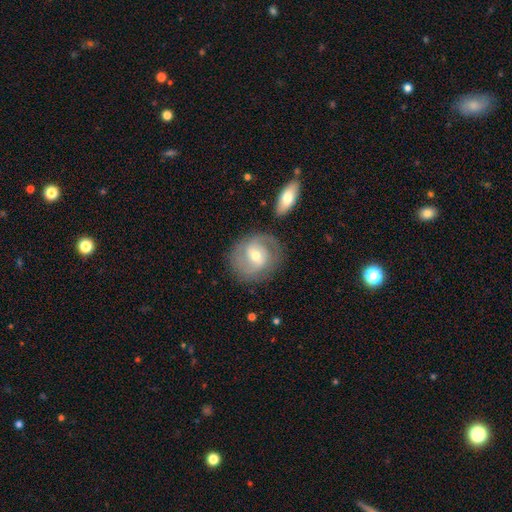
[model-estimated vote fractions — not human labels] Morphology: type=featured or disk (68%); edge-on=no (96%); bar=weak (47%); spiral arms=yes (85%); winding=medium (43%); arm count=2 (70%); bulge=moderate (57%); merging=none (75%).